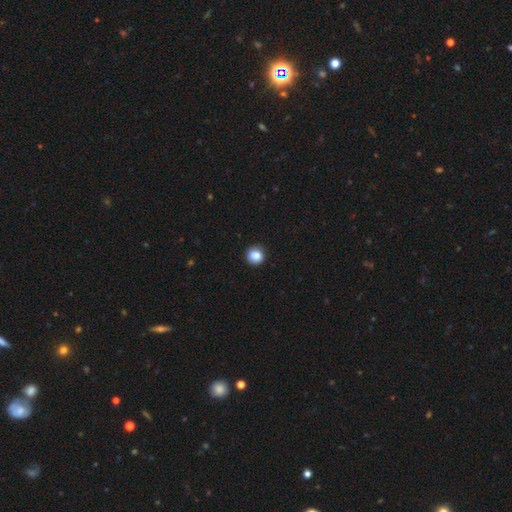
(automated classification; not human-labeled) smooth_or_featured: smooth (p=0.86) [alt: star or artifact p=0.09]
how_rounded: round (p=0.92) [alt: in between p=0.07]
merging: none (p=0.90) [alt: minor disturbance p=0.07]